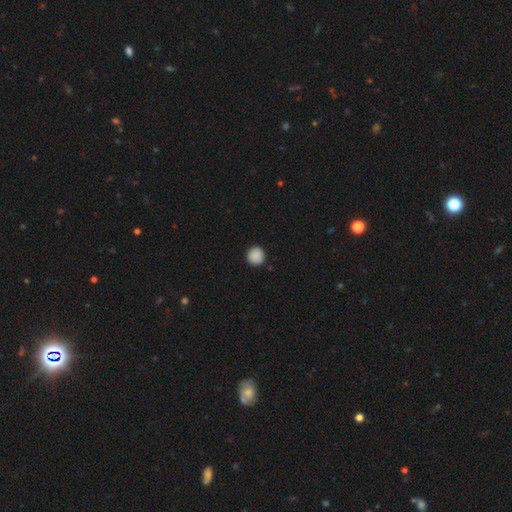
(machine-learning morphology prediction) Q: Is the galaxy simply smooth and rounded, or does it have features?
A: smooth — 89%.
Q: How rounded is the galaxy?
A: round — 95%.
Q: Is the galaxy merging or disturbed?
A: none — 92%.